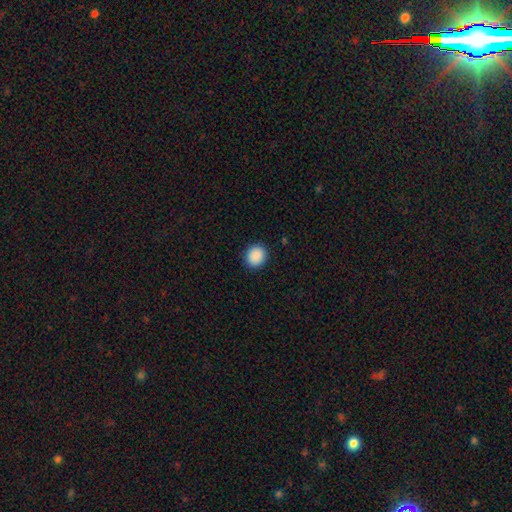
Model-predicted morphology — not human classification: Overall: smooth (90%). How rounded: round (77%). Merging: none (91%).